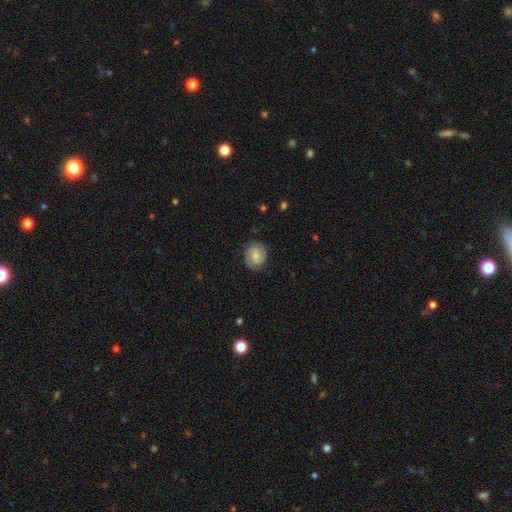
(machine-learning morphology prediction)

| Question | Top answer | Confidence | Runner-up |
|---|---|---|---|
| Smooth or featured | smooth | 51% | featured or disk (42%) |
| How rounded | round | 73% | in between (26%) |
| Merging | none | 79% | minor disturbance (15%) |